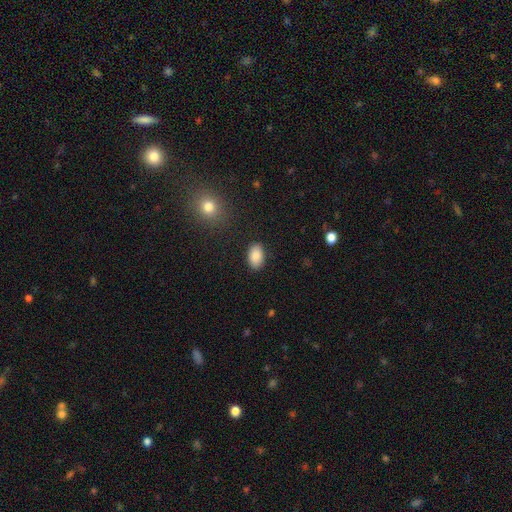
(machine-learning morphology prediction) smooth 87%, star or artifact 7%, featured or disk 5%. Down the decision tree: how rounded — in between (91%); merging — none (87%).